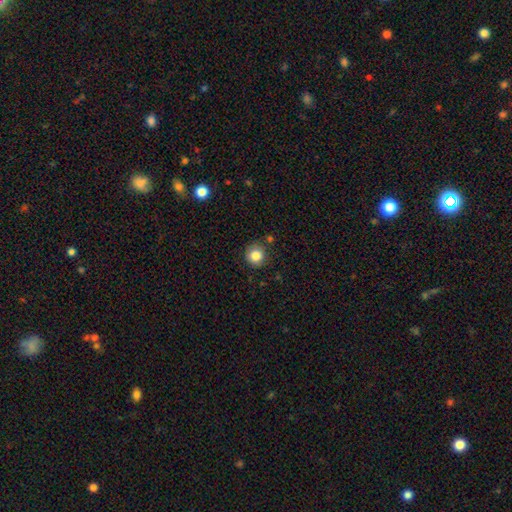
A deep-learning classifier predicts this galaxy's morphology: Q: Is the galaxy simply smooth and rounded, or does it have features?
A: smooth — 84%.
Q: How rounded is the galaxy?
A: round — 93%.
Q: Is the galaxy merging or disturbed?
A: none — 83%.